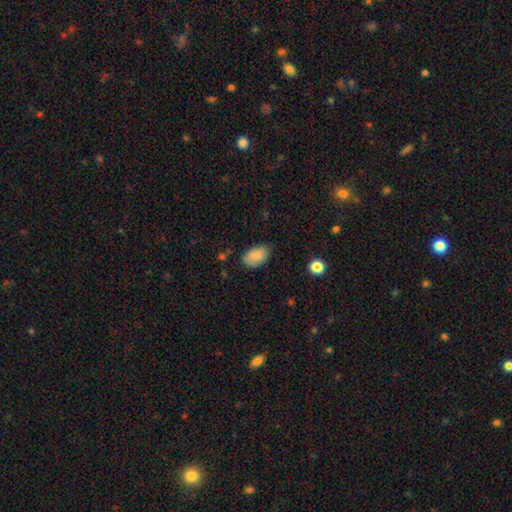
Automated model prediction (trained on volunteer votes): Q: Smooth or featured?
A: smooth (85%); runner-up: featured or disk (7%)
Q: How rounded?
A: in between (91%); runner-up: round (8%)
Q: Merging?
A: none (75%); runner-up: minor disturbance (20%)